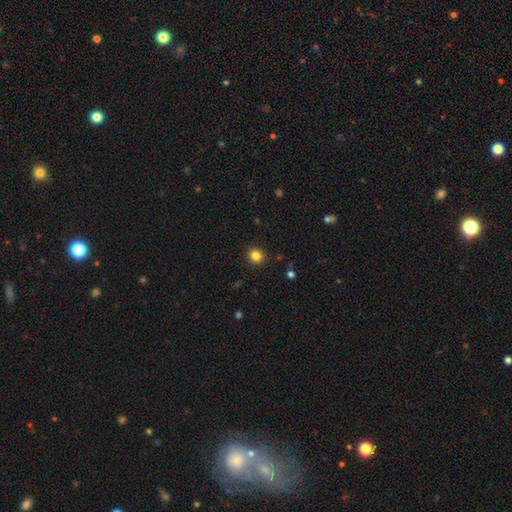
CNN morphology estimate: Overall: smooth (83%). How rounded: round (91%). Merging: none (92%).